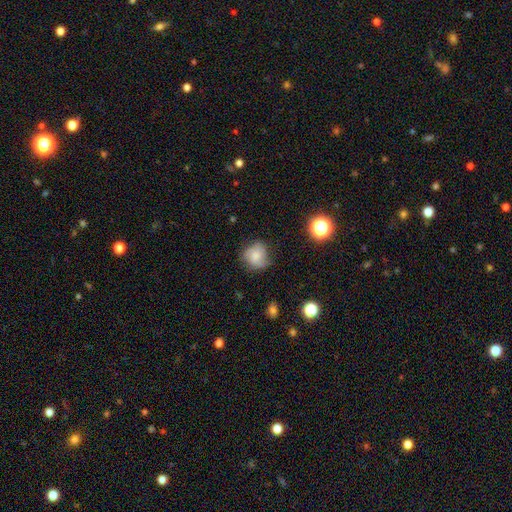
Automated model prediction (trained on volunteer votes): Q: Smooth or featured?
A: smooth (61%); runner-up: featured or disk (29%)
Q: How rounded?
A: round (77%); runner-up: in between (22%)
Q: Merging?
A: none (59%); runner-up: minor disturbance (28%)